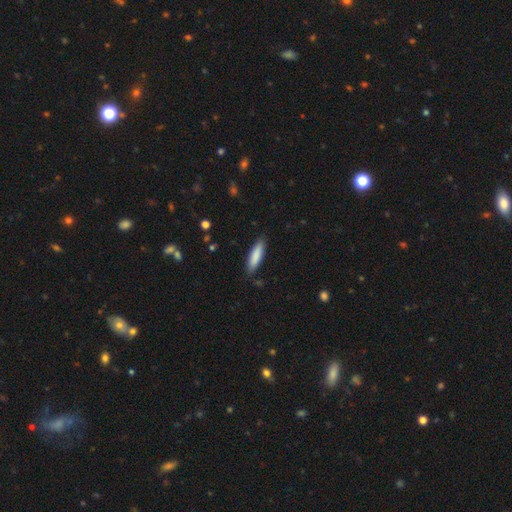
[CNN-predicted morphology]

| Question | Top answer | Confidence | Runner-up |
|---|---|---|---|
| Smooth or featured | smooth | 86% | featured or disk (9%) |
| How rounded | cigar-shaped | 66% | in between (33%) |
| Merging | none | 87% | minor disturbance (10%) |